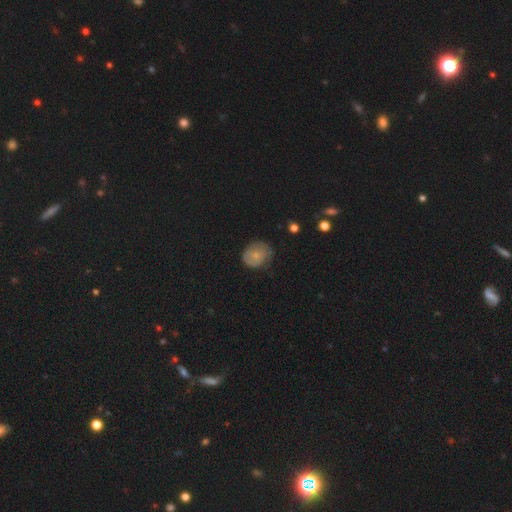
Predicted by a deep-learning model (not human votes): Smooth or featured: smooth — 60% (featured or disk — 32%)
How rounded: round — 62% (in between — 37%)
Merging: none — 56% (minor disturbance — 32%)